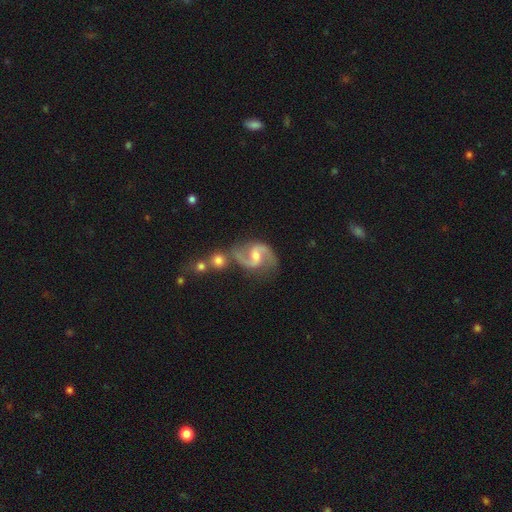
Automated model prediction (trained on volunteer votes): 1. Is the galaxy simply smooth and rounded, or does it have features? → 91% featured or disk, 5% star or artifact, 4% smooth.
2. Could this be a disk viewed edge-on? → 98% no, 2% yes.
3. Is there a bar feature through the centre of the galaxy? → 51% weak, 25% no, 24% strong.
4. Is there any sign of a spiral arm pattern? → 98% yes, 2% no.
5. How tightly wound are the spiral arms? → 51% medium, 39% loose, 10% tight.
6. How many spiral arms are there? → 94% 2, 2% can't tell, 1% 1, 1% 3, 1% 4, 1% more than 4.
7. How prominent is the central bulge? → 52% moderate, 42% small, 3% none, 3% large, 1% dominant.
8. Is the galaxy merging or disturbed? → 61% none, 17% merger, 15% minor disturbance, 7% major disturbance.